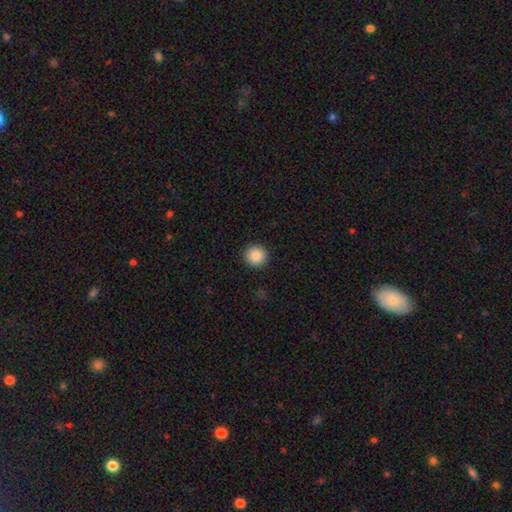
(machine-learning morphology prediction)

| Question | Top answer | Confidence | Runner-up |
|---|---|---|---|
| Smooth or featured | smooth | 87% | star or artifact (9%) |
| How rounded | round | 94% | in between (5%) |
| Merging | none | 93% | minor disturbance (5%) |